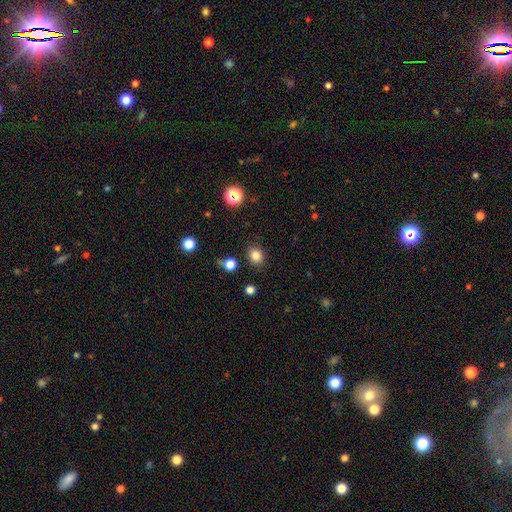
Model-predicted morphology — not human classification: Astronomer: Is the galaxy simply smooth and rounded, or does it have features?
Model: smooth — 82%.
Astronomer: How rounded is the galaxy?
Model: round — 63%.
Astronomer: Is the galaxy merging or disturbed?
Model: none — 85%.